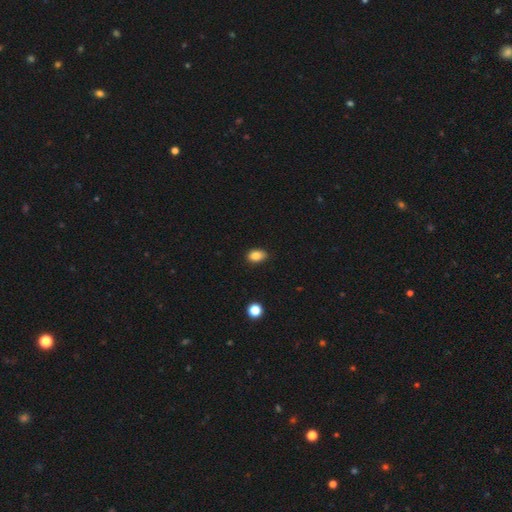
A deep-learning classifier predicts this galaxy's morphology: smooth 84%, star or artifact 10%, featured or disk 5%. Down the decision tree: how rounded — in between (83%); merging — none (79%).